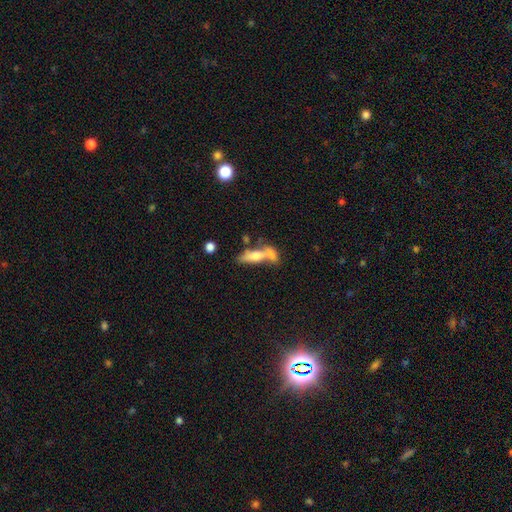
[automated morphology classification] The model was most divided on "how rounded": in between: 55%, cigar-shaped: 40%, round: 5%. More confident: smooth or featured — smooth (57%); merging — merger (57%).